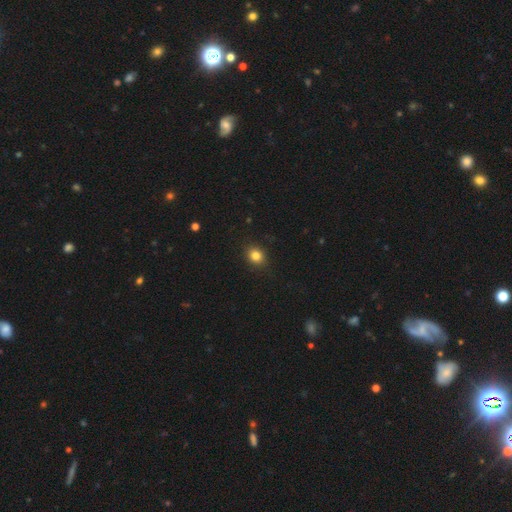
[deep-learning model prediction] Smooth or featured: smooth — 83% (star or artifact — 11%)
How rounded: round — 59% (in between — 40%)
Merging: none — 88% (minor disturbance — 9%)